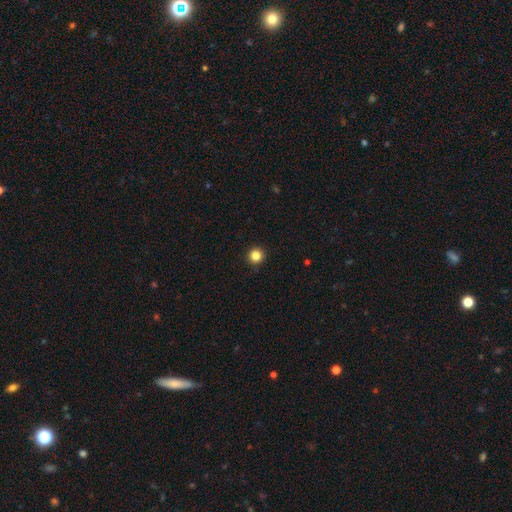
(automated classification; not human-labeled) This is clearly a smooth galaxy (84%). How rounded: clearly round (96%). Merging: clearly none (93%).